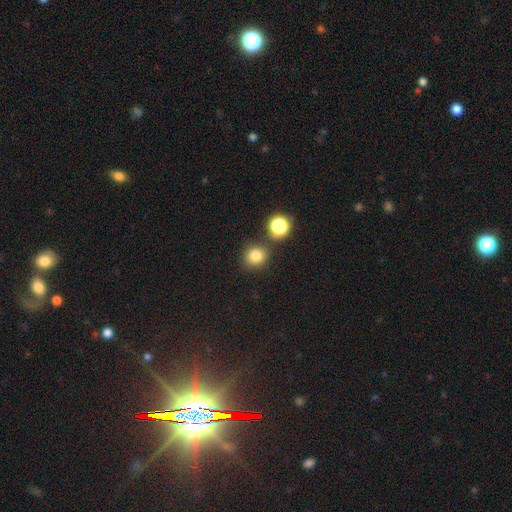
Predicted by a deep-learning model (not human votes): smooth 79%, star or artifact 15%, featured or disk 5%. Down the decision tree: how rounded — round (87%); merging — none (80%).